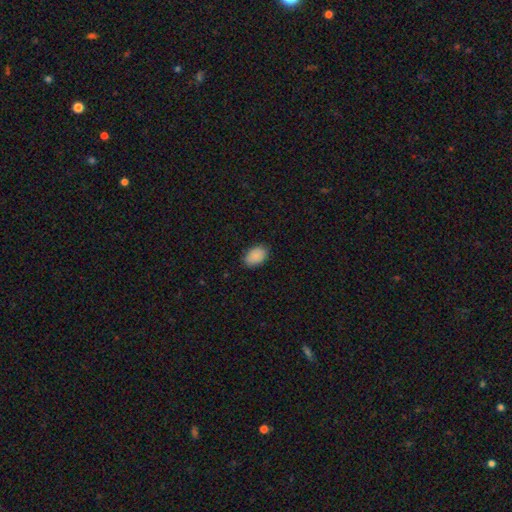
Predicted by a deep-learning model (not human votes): Q: Smooth or featured?
A: smooth (90%); runner-up: star or artifact (7%)
Q: How rounded?
A: in between (88%); runner-up: round (11%)
Q: Merging?
A: none (85%); runner-up: minor disturbance (12%)